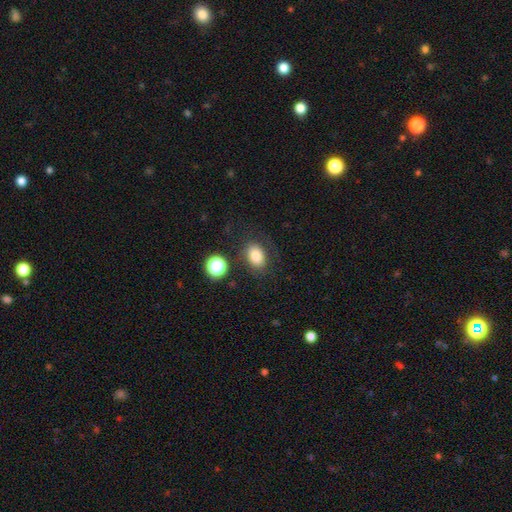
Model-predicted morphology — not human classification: smooth_or_featured: smooth (p=0.80) [alt: star or artifact p=0.11]
how_rounded: in between (p=0.73) [alt: round p=0.26]
merging: none (p=0.76) [alt: minor disturbance p=0.14]